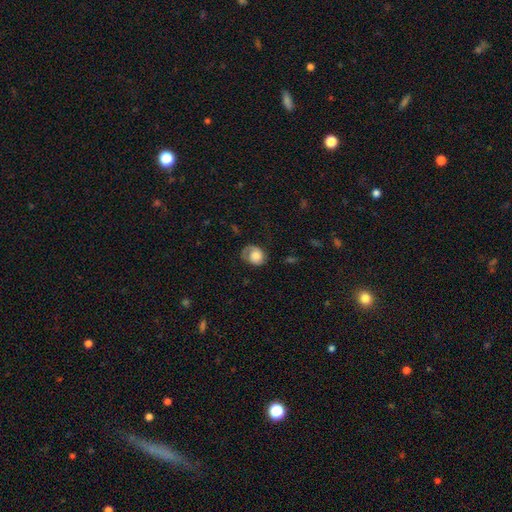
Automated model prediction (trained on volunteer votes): The model was most divided on "smooth or featured": smooth: 53%, featured or disk: 40%, star or artifact: 7%. More confident: how rounded — round (60%); merging — none (53%).